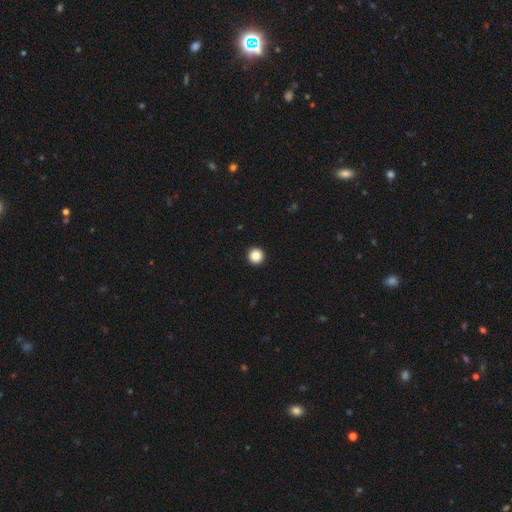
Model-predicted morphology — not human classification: A smooth galaxy with no disk features (87%) that is round (96%).

Vote fractions:
- Smooth or featured? smooth: 87% / star or artifact: 10% / featured or disk: 3%
- How rounded? round: 96% / in between: 3% / cigar-shaped: 1%
- Merging? none: 94% / minor disturbance: 3% / major disturbance: 1% / merger: 1%